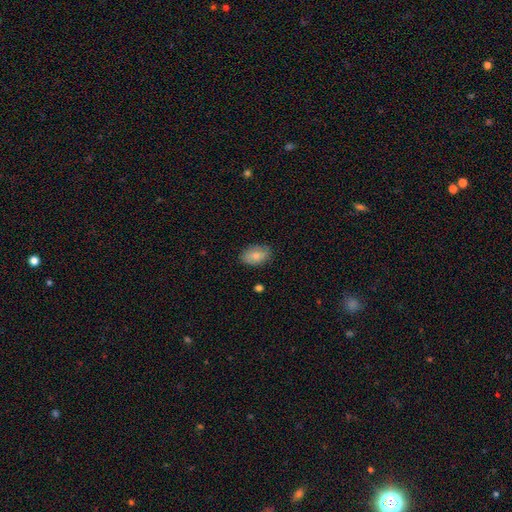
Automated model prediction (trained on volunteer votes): Smooth or featured? Predicted: smooth (p=0.82). How rounded? Predicted: in between (p=0.88). Merging? Predicted: none (p=0.82).